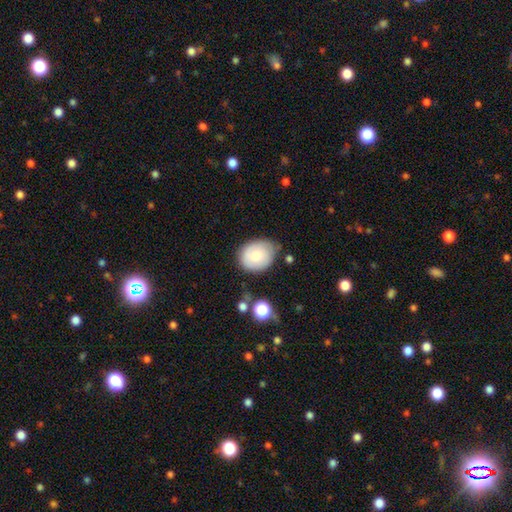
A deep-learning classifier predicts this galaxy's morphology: Smooth or featured? Predicted: smooth (p=0.80). How rounded? Predicted: in between (p=0.56). Merging? Predicted: none (p=0.63).